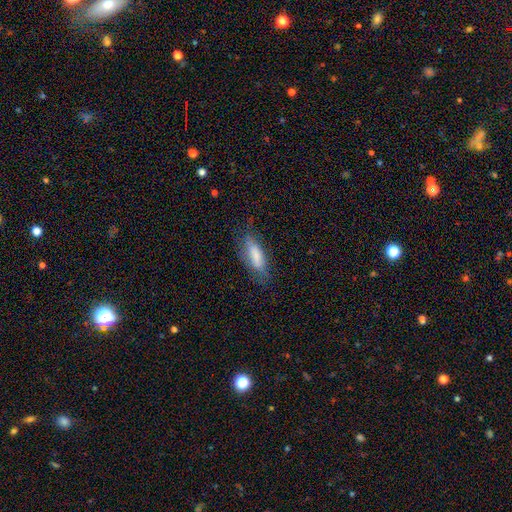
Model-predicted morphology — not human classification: Overall: smooth (73%). How rounded: in between (60%; cigar-shaped 38%). Merging: none (64%; minor disturbance 25%).